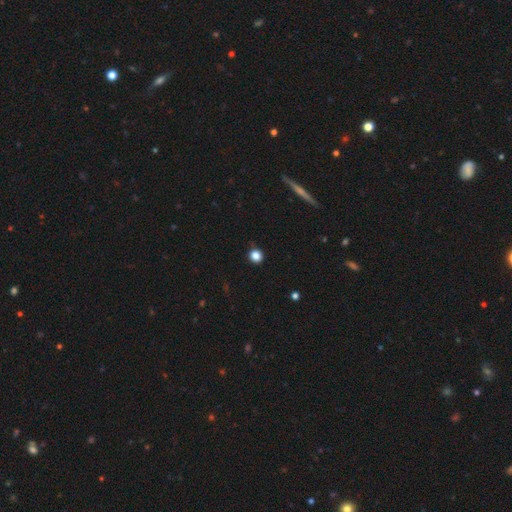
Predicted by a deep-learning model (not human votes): Q: Smooth or featured?
A: smooth (84%); runner-up: star or artifact (12%)
Q: How rounded?
A: round (91%); runner-up: in between (8%)
Q: Merging?
A: none (88%); runner-up: minor disturbance (8%)